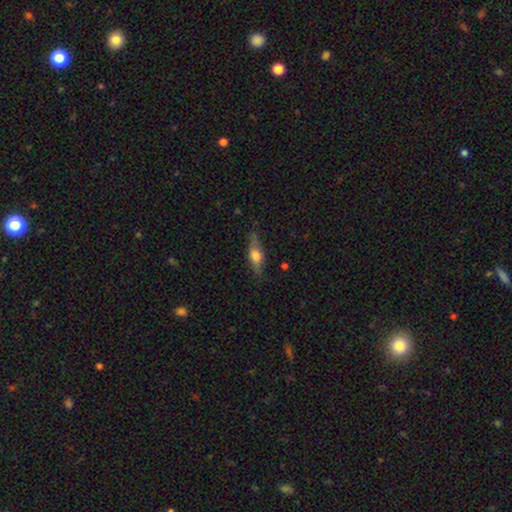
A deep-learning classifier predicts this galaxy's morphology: smooth_or_featured: smooth (p=0.52) [alt: featured or disk p=0.41]
how_rounded: cigar-shaped (p=0.48) [tied with: in between p=0.48]
merging: none (p=0.77) [alt: minor disturbance p=0.17]